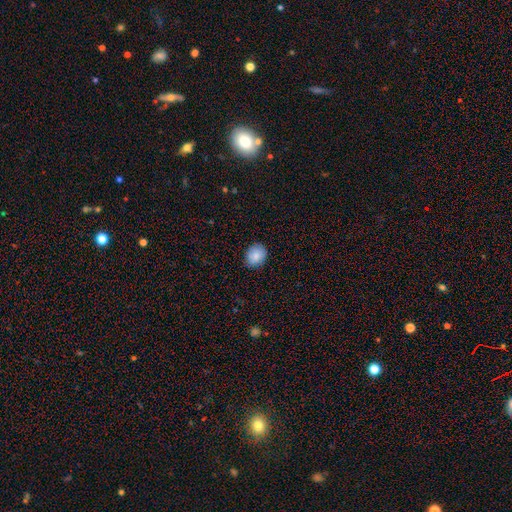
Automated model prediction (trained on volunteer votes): Morphology: type=smooth (86%); roundness=round (55%); merging=none (86%).